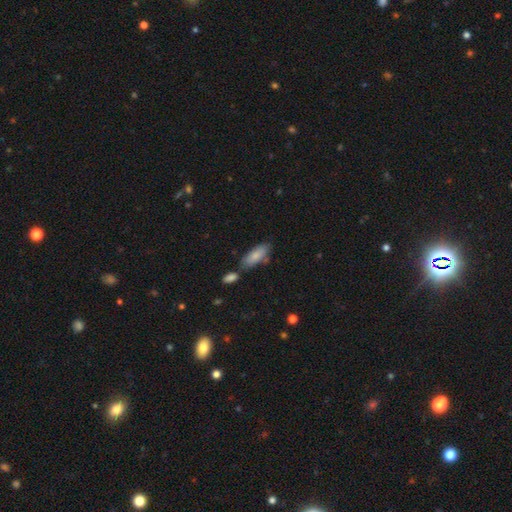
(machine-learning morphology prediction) type=smooth (81%); roundness=in between (77%); merging=none (65%).